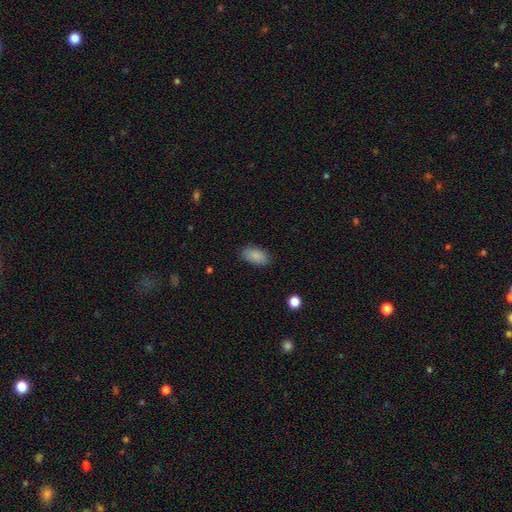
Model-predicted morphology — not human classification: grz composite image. It shows a smooth galaxy with no disk features (88%) that is in between round and cigar-shaped (93%). Merging: none (86%).